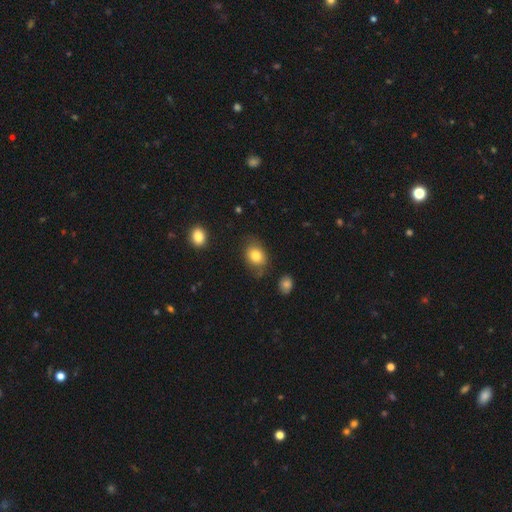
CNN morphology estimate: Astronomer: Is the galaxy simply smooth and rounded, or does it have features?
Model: smooth — 81%.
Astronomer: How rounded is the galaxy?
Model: in between — 62%.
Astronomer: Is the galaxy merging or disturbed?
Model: none — 71%.